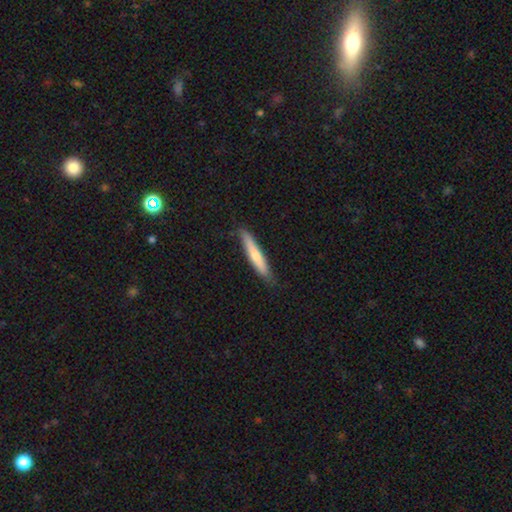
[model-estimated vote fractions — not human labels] Smooth or featured?
  - smooth: 63% *
  - featured or disk: 32%
  - star or artifact: 5%
How rounded?
  - cigar-shaped: 91% *
  - in between: 7%
  - round: 1%
Merging?
  - none: 82% *
  - minor disturbance: 15%
  - major disturbance: 2%
  - merger: 1%